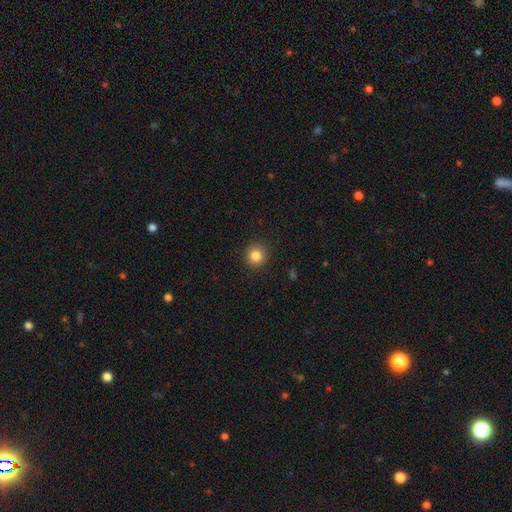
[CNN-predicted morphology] A smooth galaxy with no disk features (83%) that is round (93%). Merging: none (91%).